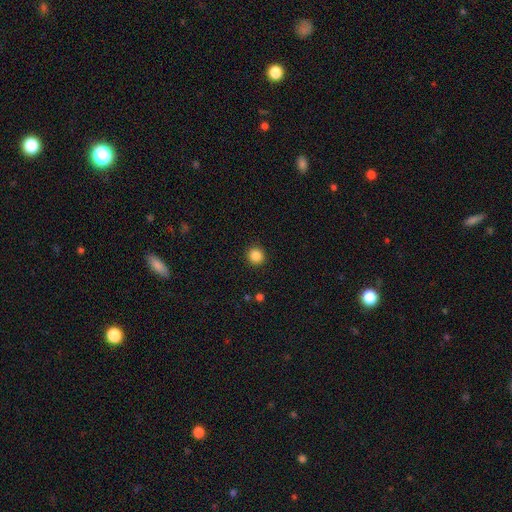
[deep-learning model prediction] The model was most divided on "smooth or featured": smooth: 86%, star or artifact: 11%, featured or disk: 4%. More confident: how rounded — round (94%); merging — none (92%).